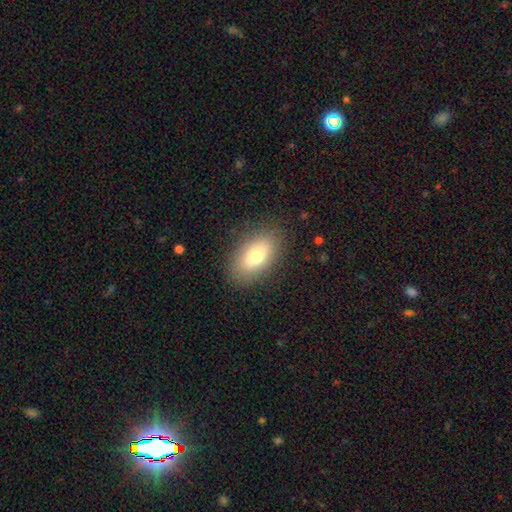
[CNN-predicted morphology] Smooth or featured?
  - smooth: 76% *
  - featured or disk: 16%
  - star or artifact: 8%
How rounded?
  - in between: 90% *
  - round: 7%
  - cigar-shaped: 3%
Merging?
  - none: 86% *
  - minor disturbance: 10%
  - major disturbance: 3%
  - merger: 1%